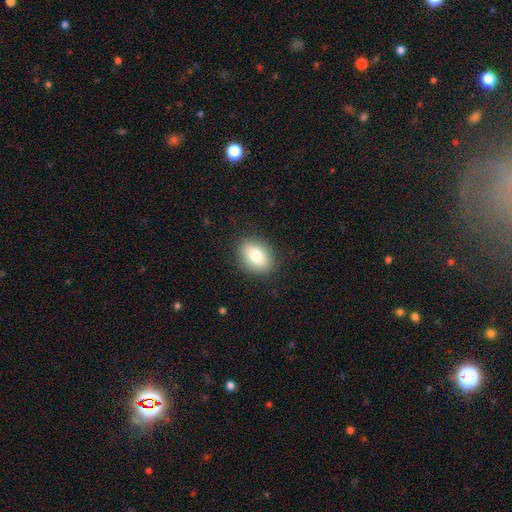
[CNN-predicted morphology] Smooth or featured?
  - smooth: 80% *
  - featured or disk: 12%
  - star or artifact: 8%
How rounded?
  - in between: 80% *
  - round: 19%
  - cigar-shaped: 2%
Merging?
  - none: 87% *
  - minor disturbance: 9%
  - major disturbance: 3%
  - merger: 1%